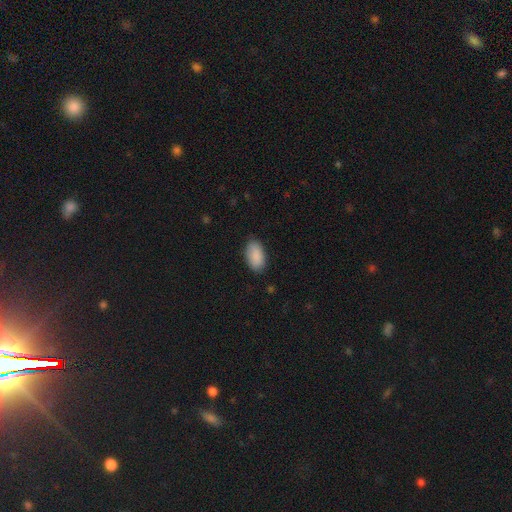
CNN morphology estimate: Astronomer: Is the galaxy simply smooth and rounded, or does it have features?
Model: smooth — 90%.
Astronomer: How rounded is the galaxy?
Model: in between — 95%.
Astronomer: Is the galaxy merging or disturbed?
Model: none — 85%.